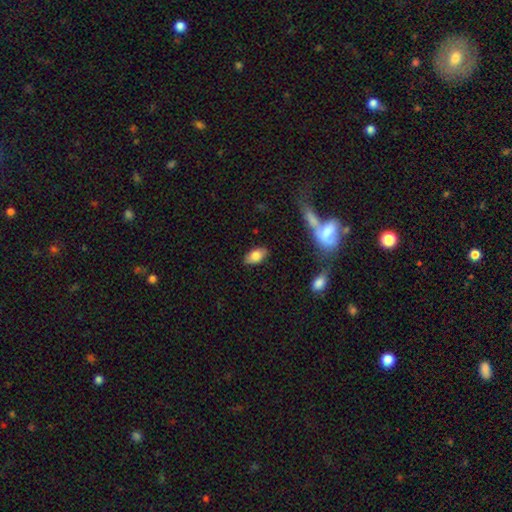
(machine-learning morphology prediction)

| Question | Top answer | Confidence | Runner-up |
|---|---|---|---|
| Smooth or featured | smooth | 80% | featured or disk (13%) |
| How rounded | in between | 92% | round (5%) |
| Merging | none | 85% | minor disturbance (10%) |